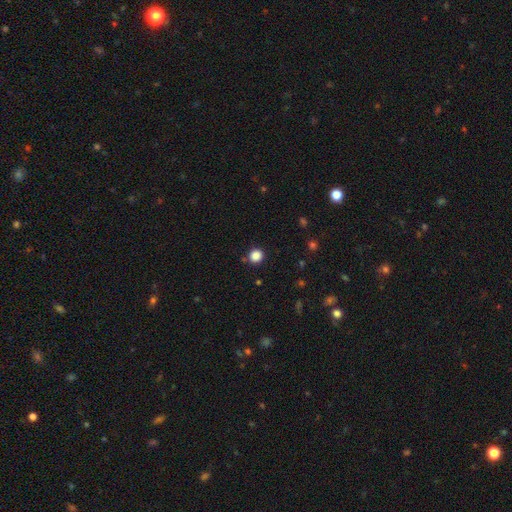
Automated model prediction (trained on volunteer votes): This appears to be a smooth galaxy with no disk features (85%) that is round (92%). Merging: none (88%).